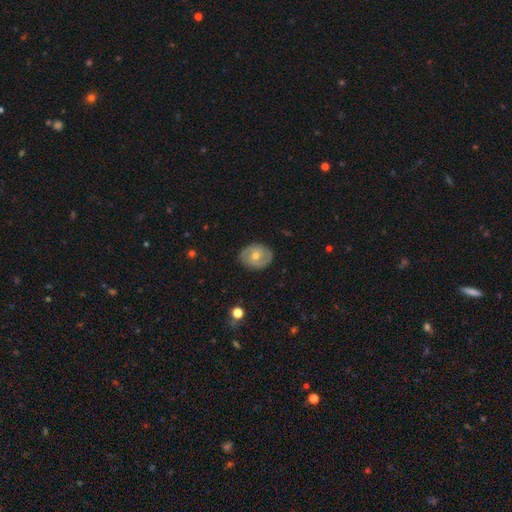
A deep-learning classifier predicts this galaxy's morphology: This is possibly a featured or disk galaxy (55%). It is clearly not viewed edge-on (95%). Bar: likely no (67%). Spiral arm pattern: likely yes (65%). Central bulge: likely moderate (61%). Merging: clearly none (82%).